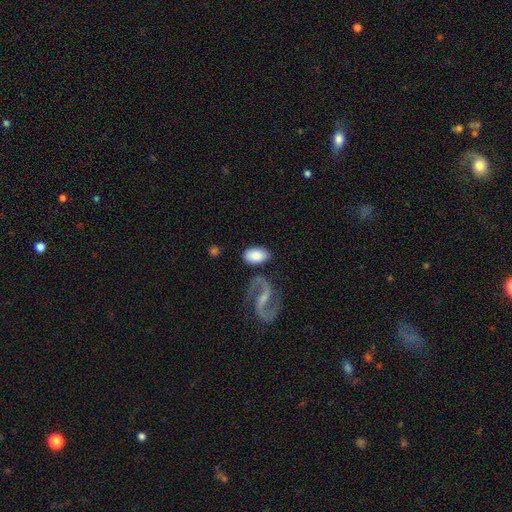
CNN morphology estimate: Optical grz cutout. It shows a smooth galaxy with no disk features (73%) that is in between round and cigar-shaped (92%). Merging: none (64%).